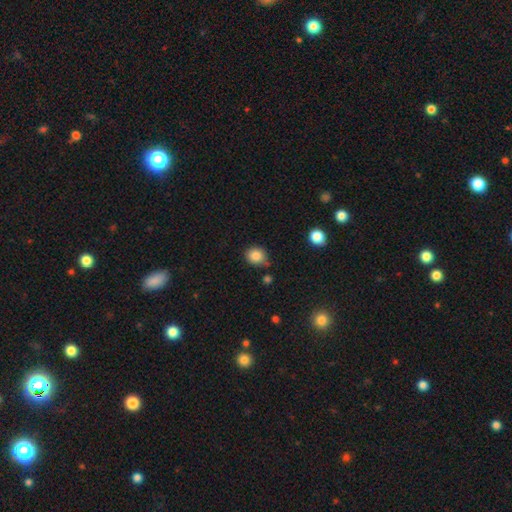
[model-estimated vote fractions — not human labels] The model was most divided on "merging": none: 71%, minor disturbance: 20%, merger: 6%, major disturbance: 4%. More confident: smooth or featured — smooth (85%); how rounded — round (81%).